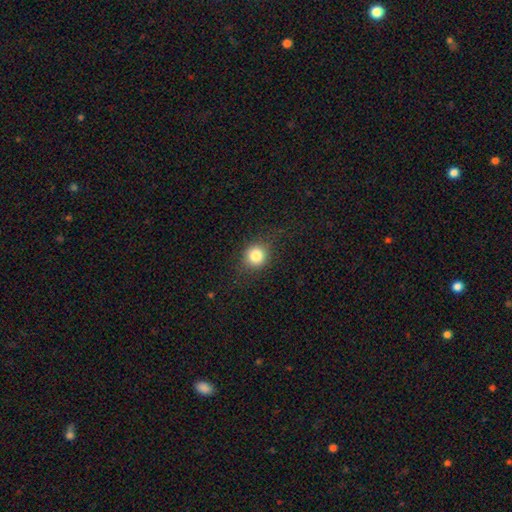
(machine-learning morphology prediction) Q: Smooth or featured?
A: smooth (81%); runner-up: star or artifact (11%)
Q: How rounded?
A: round (84%); runner-up: in between (15%)
Q: Merging?
A: none (82%); runner-up: minor disturbance (12%)